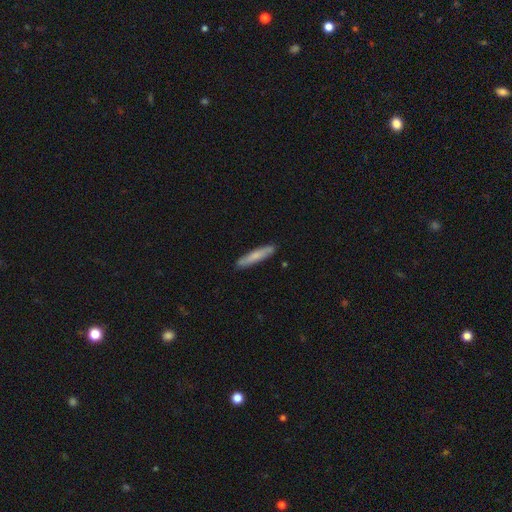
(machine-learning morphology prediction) This appears to be a smooth galaxy with no disk features (72%) that is cigar-shaped (90%). Merging: none (88%).